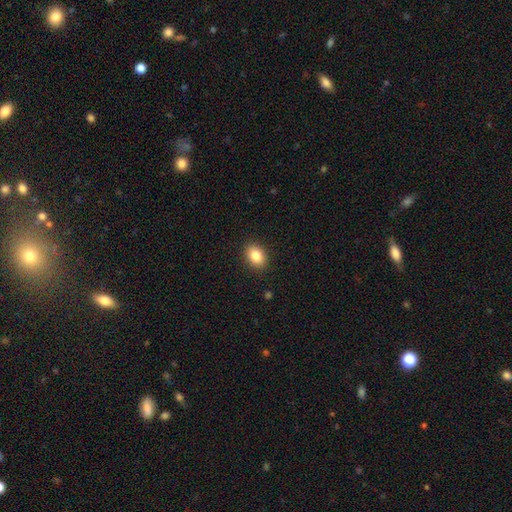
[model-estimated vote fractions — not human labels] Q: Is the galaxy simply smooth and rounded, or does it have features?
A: smooth — 84%.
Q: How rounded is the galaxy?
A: in between — 70%.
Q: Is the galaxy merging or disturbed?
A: none — 90%.